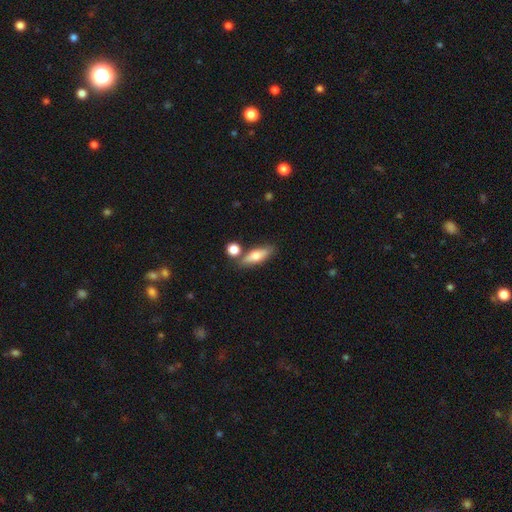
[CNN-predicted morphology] Overall: smooth (67%). How rounded: in between (58%; cigar-shaped 38%). Merging: none (70%).